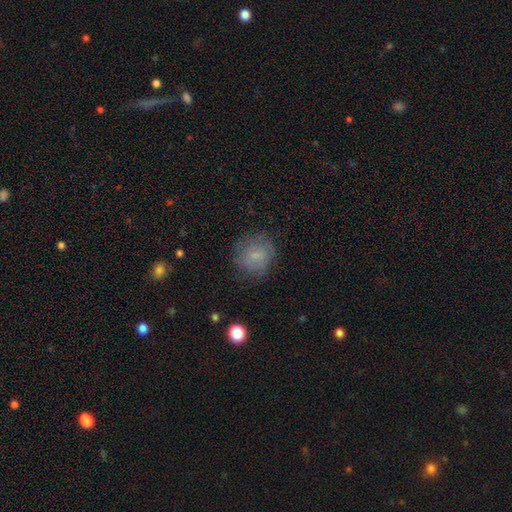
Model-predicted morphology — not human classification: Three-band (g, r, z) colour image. It shows a smooth galaxy with no disk features (71%) that is round (83%). Merging: none (71%).